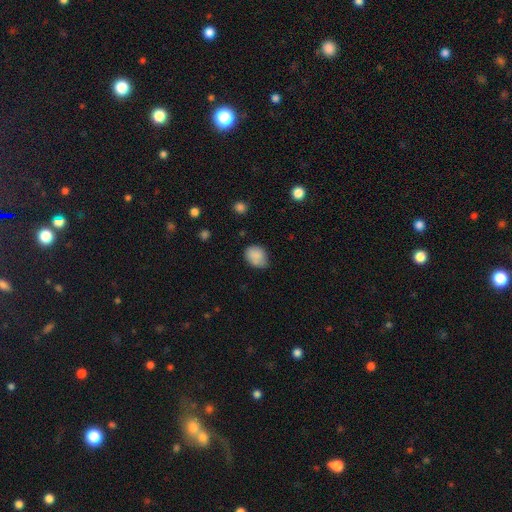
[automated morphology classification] type=smooth (85%); roundness=in between (57%); merging=none (60%).